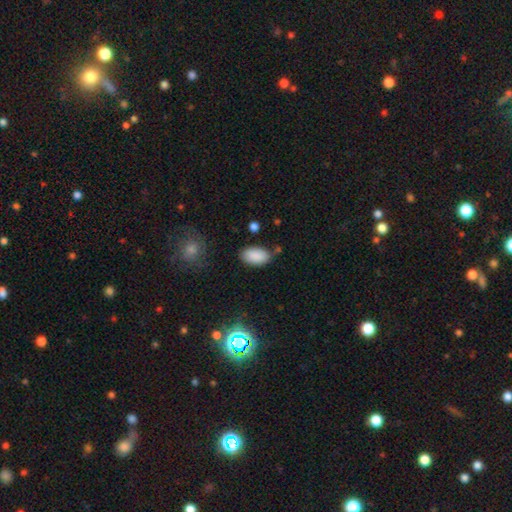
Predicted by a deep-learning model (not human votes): smooth_or_featured: smooth (p=0.88) [alt: star or artifact p=0.07]
how_rounded: in between (p=0.94) [alt: round p=0.04]
merging: none (p=0.75) [alt: minor disturbance p=0.17]